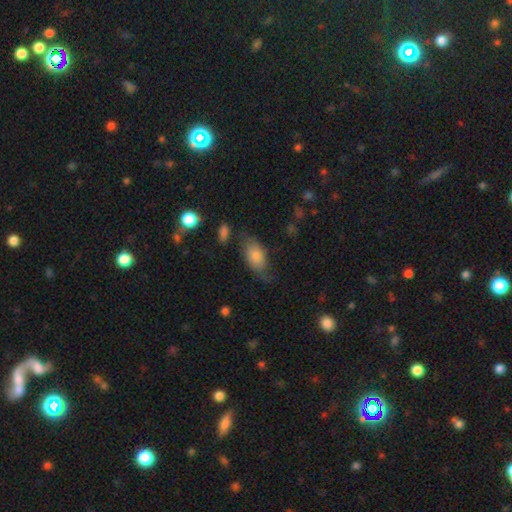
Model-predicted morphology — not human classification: Smooth or featured?
  - smooth: 70% *
  - featured or disk: 22%
  - star or artifact: 8%
How rounded?
  - in between: 90% *
  - round: 6%
  - cigar-shaped: 4%
Merging?
  - none: 54% *
  - minor disturbance: 28%
  - major disturbance: 14%
  - merger: 3%